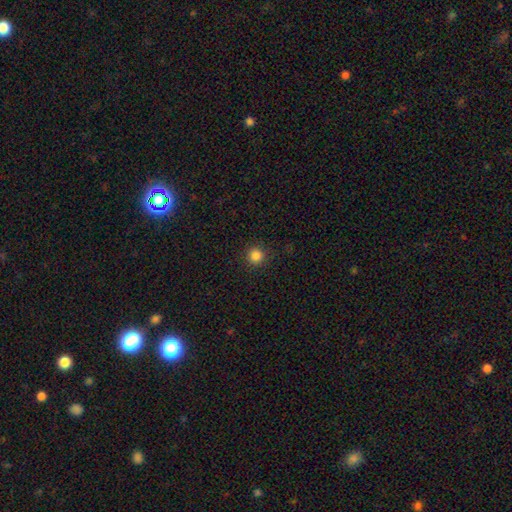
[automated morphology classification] smooth-or-featured: smooth: 84% | star or artifact: 12% | featured or disk: 4%
  how-rounded: round: 95% | in between: 4% | cigar-shaped: 1%
  merging: none: 91% | minor disturbance: 6% | major disturbance: 2% | merger: 1%